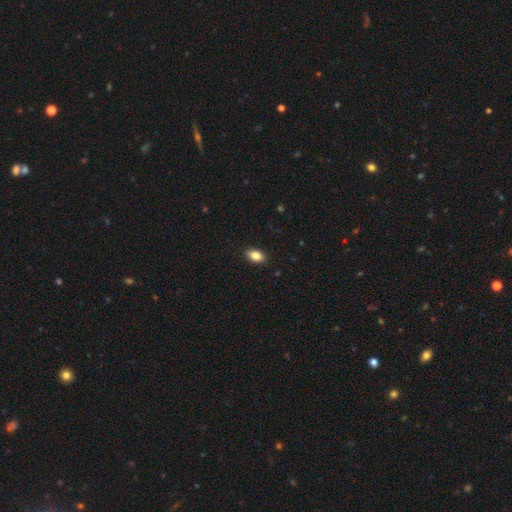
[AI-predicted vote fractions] Morphology: type=smooth (84%); roundness=in between (88%); merging=none (89%).